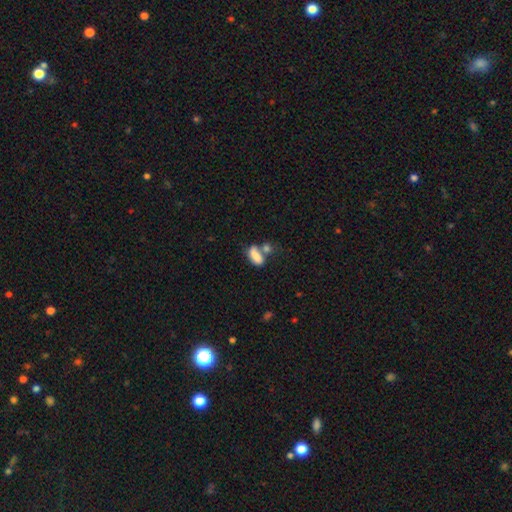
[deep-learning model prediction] Q: Smooth or featured?
A: smooth (79%); runner-up: featured or disk (12%)
Q: How rounded?
A: in between (83%); runner-up: cigar-shaped (12%)
Q: Merging?
A: merger (46%); runner-up: none (32%)